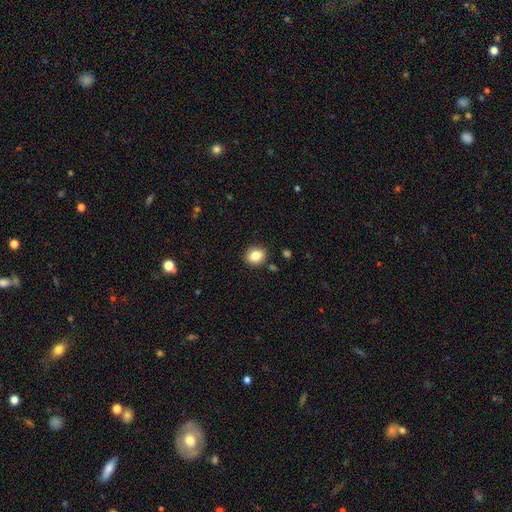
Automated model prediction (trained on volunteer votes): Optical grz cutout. It shows a smooth galaxy with no disk features (83%) that is round (64%). Merging: none (87%).